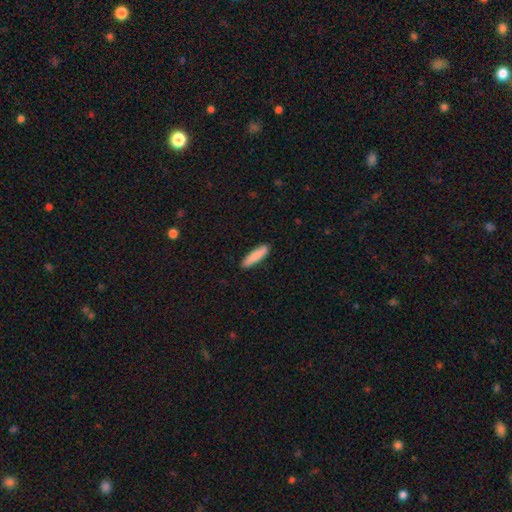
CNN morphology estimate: The model was most divided on "how rounded": cigar-shaped: 78%, in between: 20%, round: 1%. More confident: merging — none (89%); smooth or featured — smooth (85%).